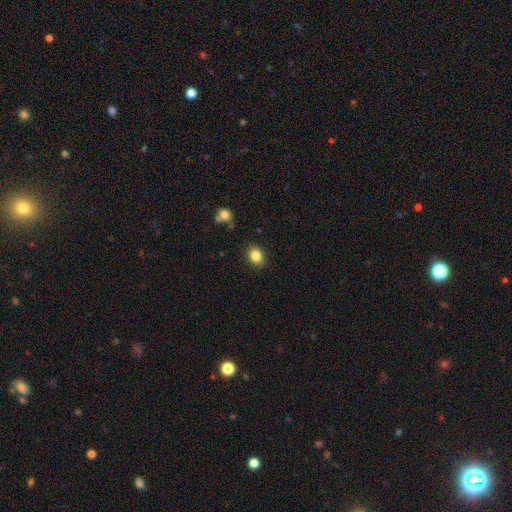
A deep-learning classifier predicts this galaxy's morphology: type=smooth (85%); roundness=in between (58%); merging=none (87%).